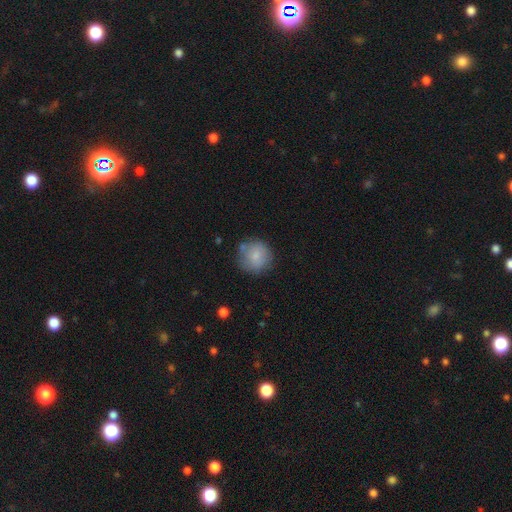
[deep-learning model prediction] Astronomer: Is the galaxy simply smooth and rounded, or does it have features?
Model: smooth — 78%.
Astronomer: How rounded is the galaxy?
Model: round — 91%.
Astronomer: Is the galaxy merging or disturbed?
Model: none — 71%.